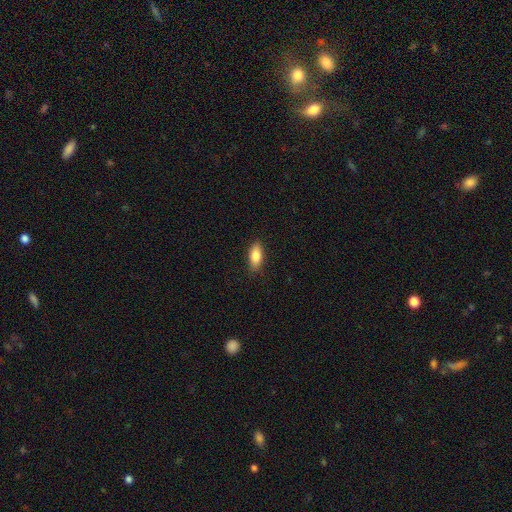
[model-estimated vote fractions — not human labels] This is clearly a smooth galaxy (84%). How rounded: clearly in between (85%). Merging: clearly none (87%).